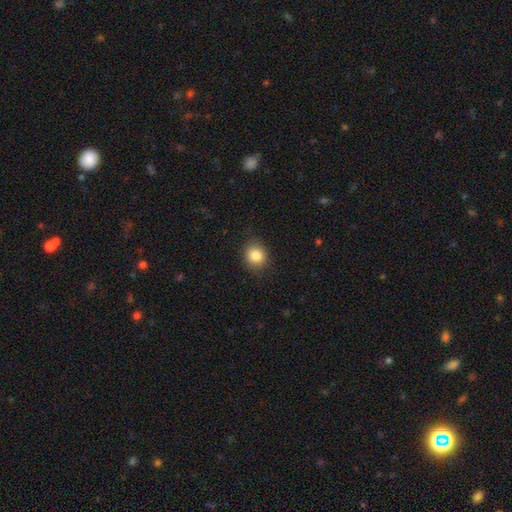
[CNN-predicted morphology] Overall: smooth (85%). How rounded: round (73%). Merging: none (84%).